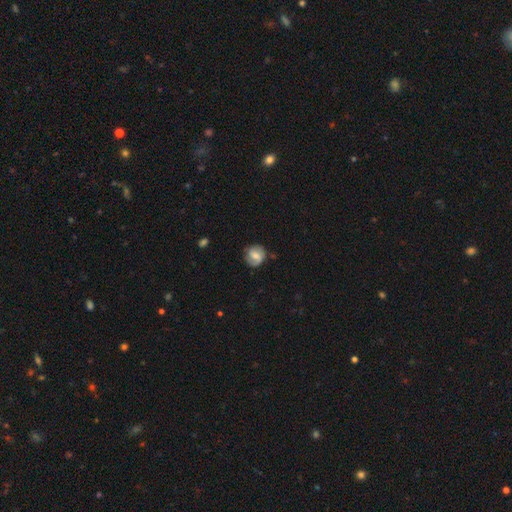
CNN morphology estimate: This appears to be a smooth galaxy with no disk features (48%). Merging: none (72%).